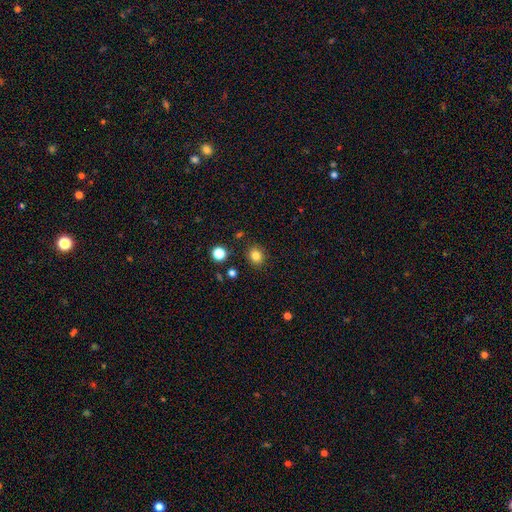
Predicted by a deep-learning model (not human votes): Overall: smooth (82%). How rounded: round (77%). Merging: none (87%).